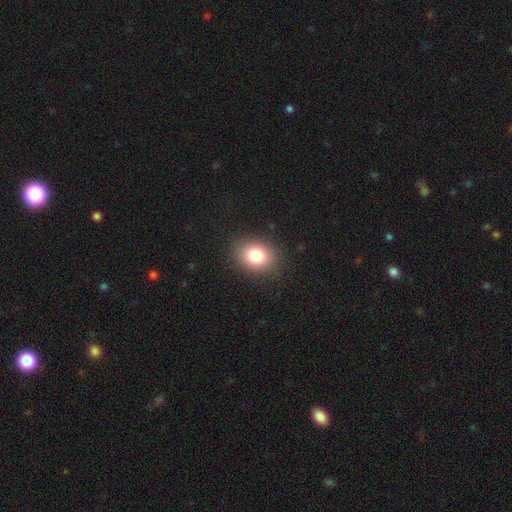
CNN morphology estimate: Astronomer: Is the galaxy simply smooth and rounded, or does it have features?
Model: smooth — 82%.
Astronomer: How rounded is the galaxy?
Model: in between — 52% (runner-up: round, 47%).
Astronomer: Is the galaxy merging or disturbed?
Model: none — 88%.